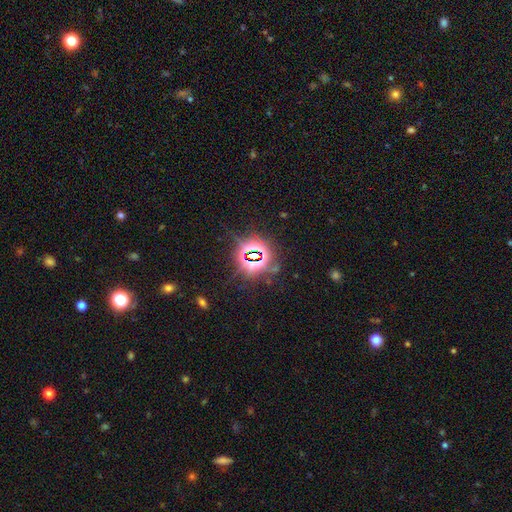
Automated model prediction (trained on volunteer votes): This is clearly a star or artifact rather than a galaxy (82%).